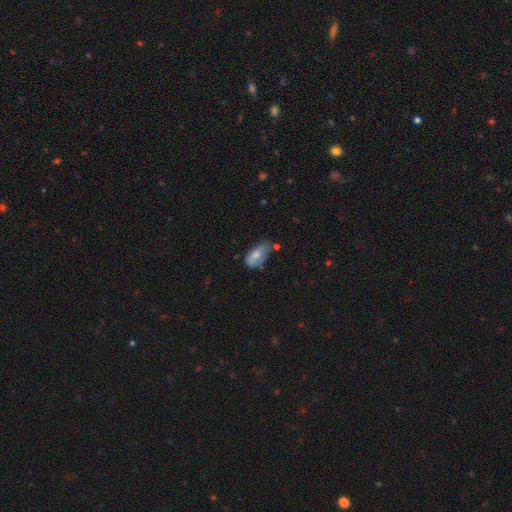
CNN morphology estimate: Overall: smooth (73%). How rounded: in between (89%). Merging: none (39%, tied with minor disturbance).